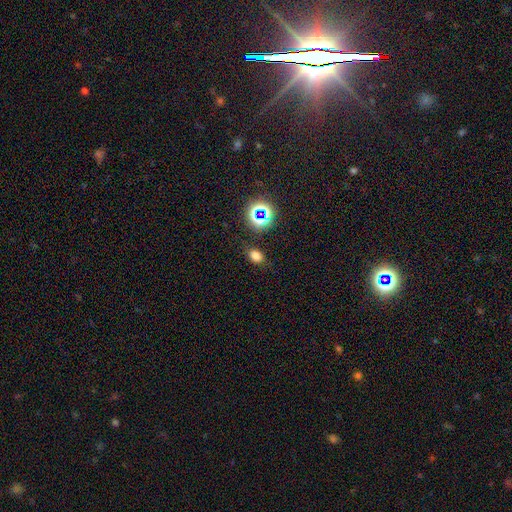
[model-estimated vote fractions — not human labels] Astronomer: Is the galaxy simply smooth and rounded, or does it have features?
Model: smooth — 72%.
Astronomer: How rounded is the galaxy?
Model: in between — 72%.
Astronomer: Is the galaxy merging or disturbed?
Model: none — 80%.